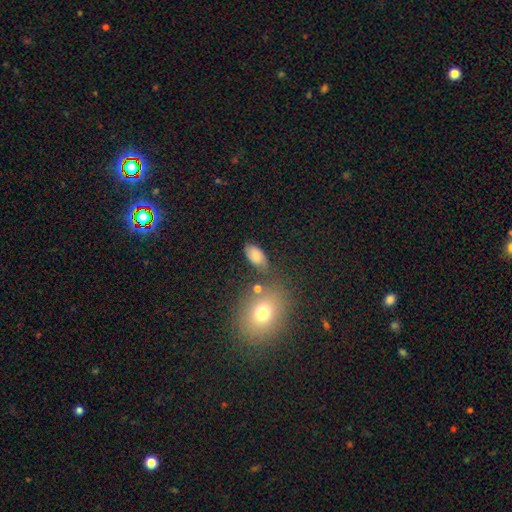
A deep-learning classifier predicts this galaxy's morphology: Overall: smooth (79%). How rounded: in between (91%). Merging: none (66%).